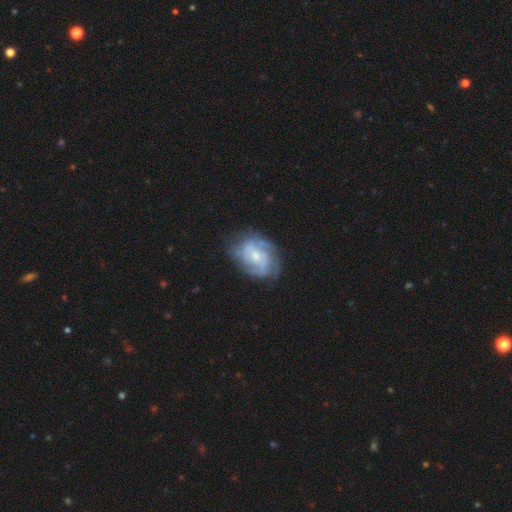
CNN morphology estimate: A featured or disk galaxy (80%) with no bar (56%), 2 (39%) tight (43%, tied with medium) spiral arms (91%) and a small central bulge (48%). Merging: none (67%).